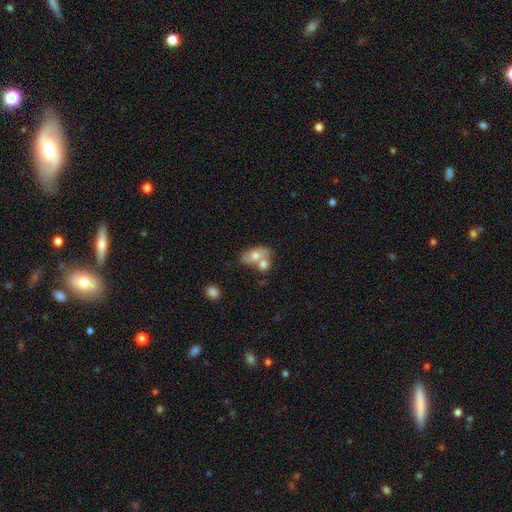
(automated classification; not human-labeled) smooth_or_featured: smooth (p=0.67) [alt: featured or disk p=0.26]
how_rounded: in between (p=0.82) [alt: round p=0.16]
merging: merger (p=0.57) [alt: none p=0.29]